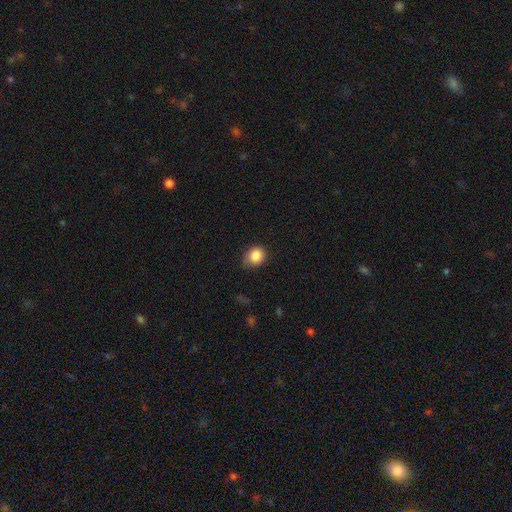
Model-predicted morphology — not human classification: This is clearly a smooth galaxy (86%). How rounded: likely round (65%). Merging: likely none (68%).